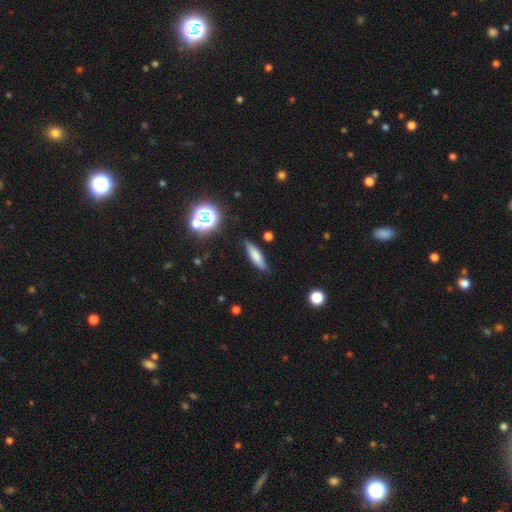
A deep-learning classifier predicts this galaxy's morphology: smooth 70%, featured or disk 20%, star or artifact 10%. Down the decision tree: how rounded — cigar-shaped (67%); merging — none (82%).